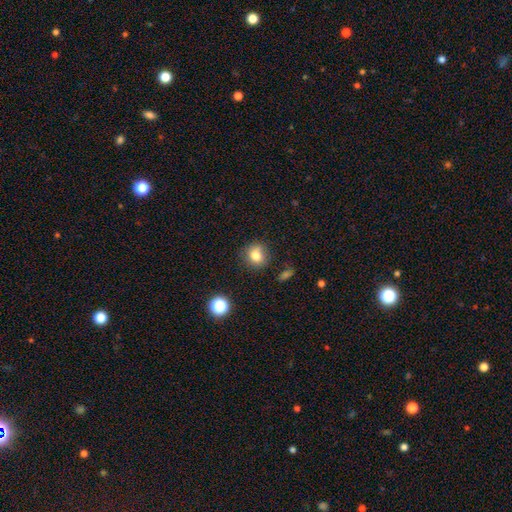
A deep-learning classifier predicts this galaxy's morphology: A smooth galaxy with no disk features (80%) that is round (81%).

Vote fractions:
- Smooth or featured? smooth: 80% / star or artifact: 12% / featured or disk: 8%
- How rounded? round: 81% / in between: 18% / cigar-shaped: 1%
- Merging? none: 81% / minor disturbance: 13% / major disturbance: 3% / merger: 3%